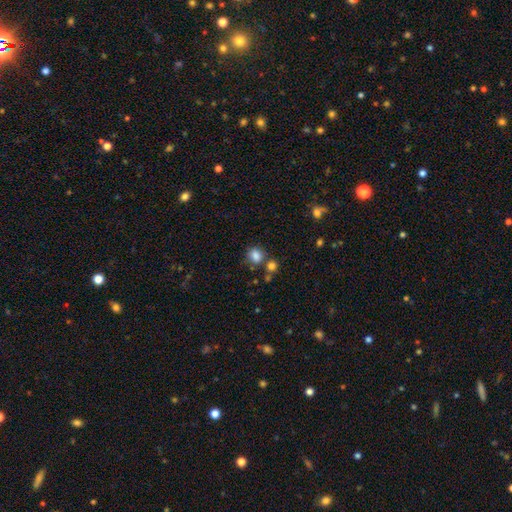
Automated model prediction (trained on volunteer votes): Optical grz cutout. It shows a smooth galaxy with no disk features (83%) that is round (61%). Merging: none (64%).